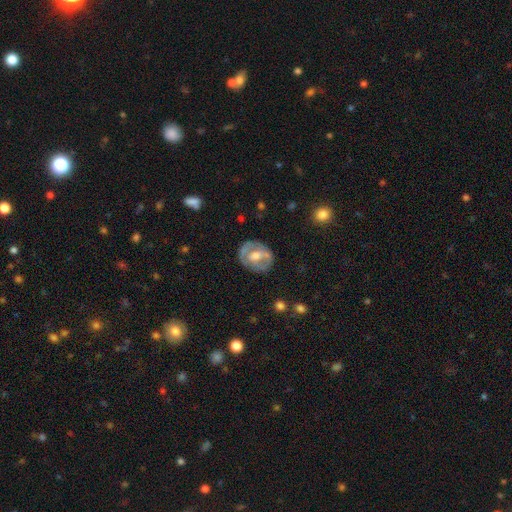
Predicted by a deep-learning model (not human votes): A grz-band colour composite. It shows a featured or disk galaxy (61%) with no bar (41%), no spiral arms (68%) and a moderate central bulge (67%). Merging: none (75%).